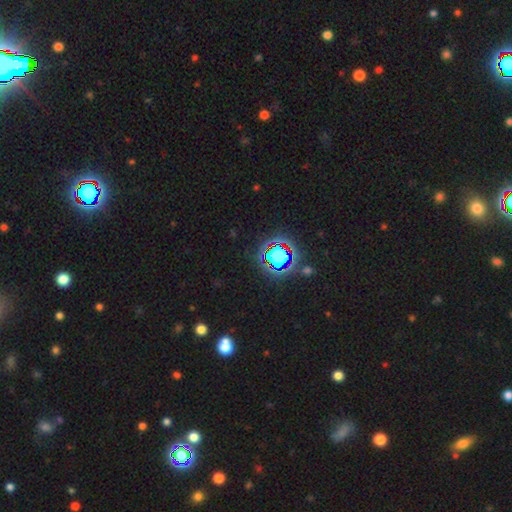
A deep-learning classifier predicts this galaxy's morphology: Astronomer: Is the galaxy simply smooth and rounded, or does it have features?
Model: star or artifact — 82%.